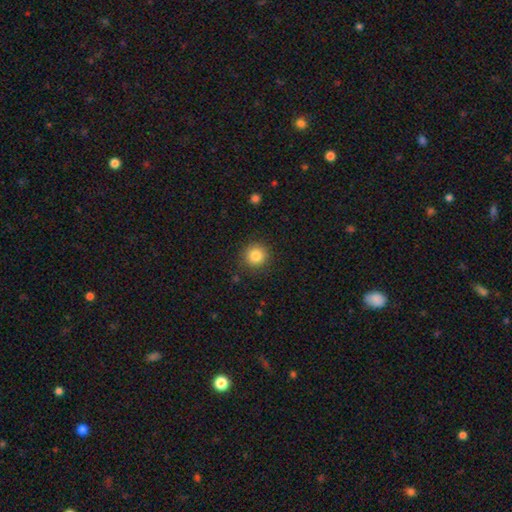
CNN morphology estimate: Smooth or featured? smooth (84%)
How rounded? round (94%)
Merging? none (89%)